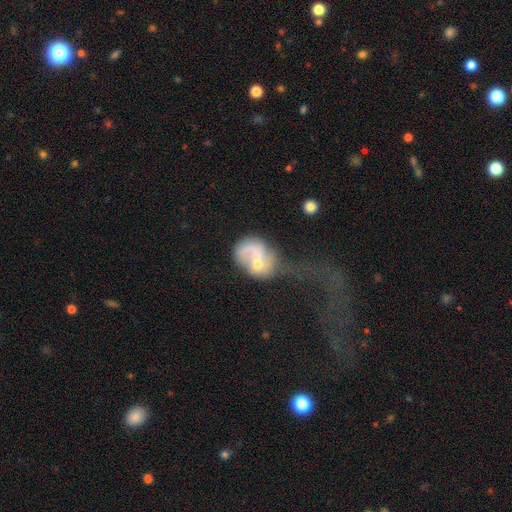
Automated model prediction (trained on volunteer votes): featured or disk 51%, smooth 41%, star or artifact 8%. Down the decision tree: edge-on disk — no (97%); merging — merger (34%, tied with major disturbance).